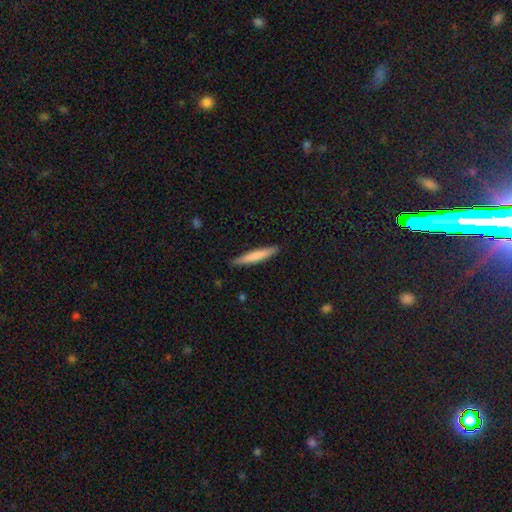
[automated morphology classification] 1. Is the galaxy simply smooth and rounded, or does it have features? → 73% smooth, 22% featured or disk, 5% star or artifact.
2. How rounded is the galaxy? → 94% cigar-shaped, 5% in between, 1% round.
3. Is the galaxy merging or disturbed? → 89% none, 8% minor disturbance, 1% major disturbance, 1% merger.